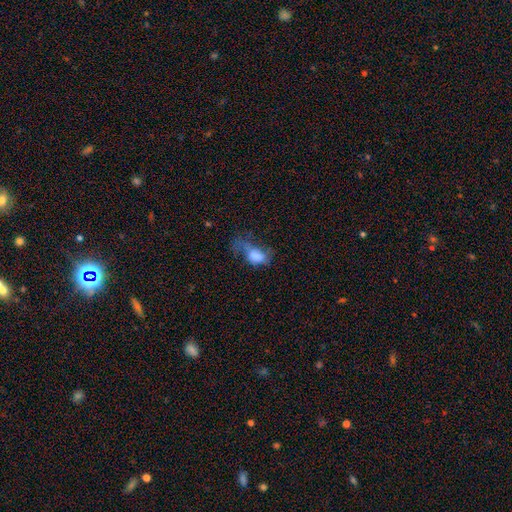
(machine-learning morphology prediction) A smooth galaxy with no disk features (68%) that is in between round and cigar-shaped (84%).

Vote fractions:
- Smooth or featured? smooth: 68% / featured or disk: 21% / star or artifact: 11%
- How rounded? in between: 84% / round: 13% / cigar-shaped: 3%
- Merging? major disturbance: 54% / minor disturbance: 22% / none: 20% / merger: 5%